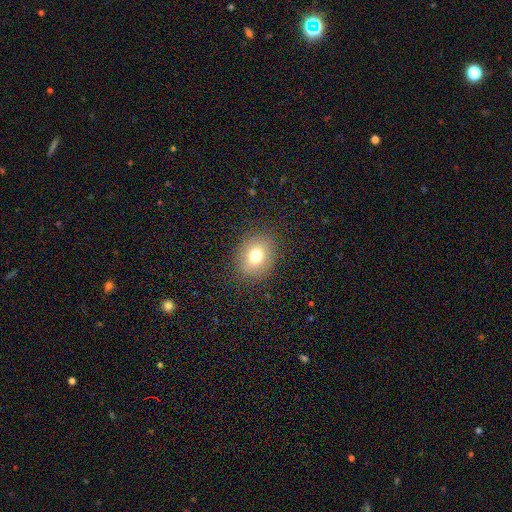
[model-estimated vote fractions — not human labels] smooth 75%, featured or disk 13%, star or artifact 12%. Down the decision tree: how rounded — round (57%); merging — none (86%).